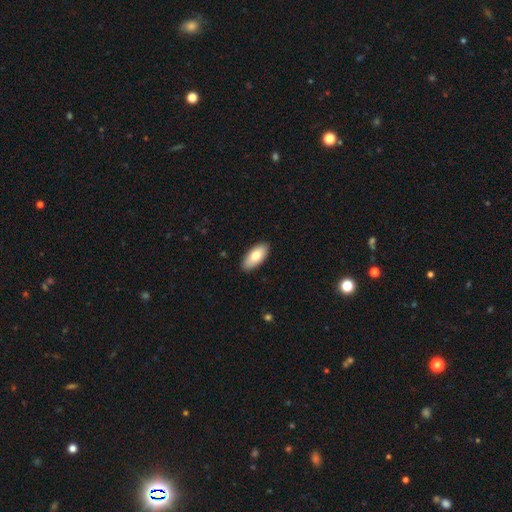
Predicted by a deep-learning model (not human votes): Smooth or featured: smooth — 77% (featured or disk — 18%)
How rounded: in between — 91% (cigar-shaped — 7%)
Merging: none — 89% (minor disturbance — 8%)